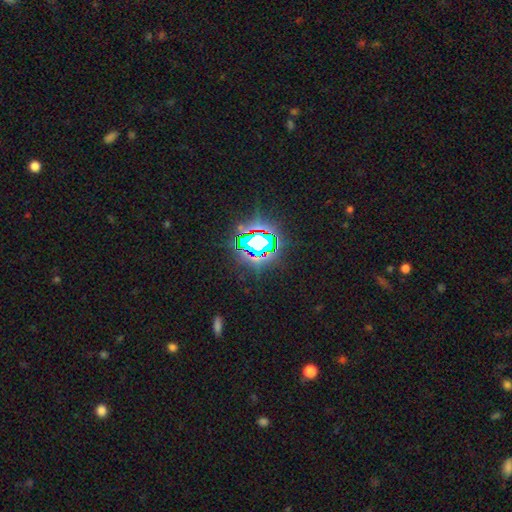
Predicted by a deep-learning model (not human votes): The model was most divided on "smooth or featured": star or artifact: 75%, smooth: 14%, featured or disk: 11%.